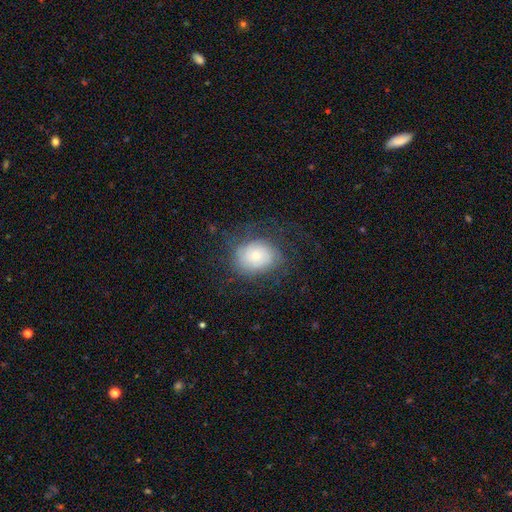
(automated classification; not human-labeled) Smooth or featured: smooth — 49% (featured or disk — 41%)
Merging: none — 65% (minor disturbance — 19%)